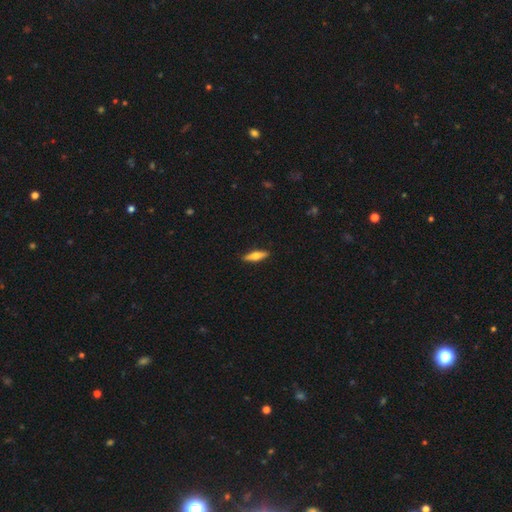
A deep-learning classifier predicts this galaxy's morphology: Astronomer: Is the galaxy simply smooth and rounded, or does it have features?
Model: smooth — 60% (runner-up: featured or disk, 35%).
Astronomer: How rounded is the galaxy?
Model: cigar-shaped — 66%.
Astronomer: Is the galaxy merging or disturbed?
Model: none — 89%.